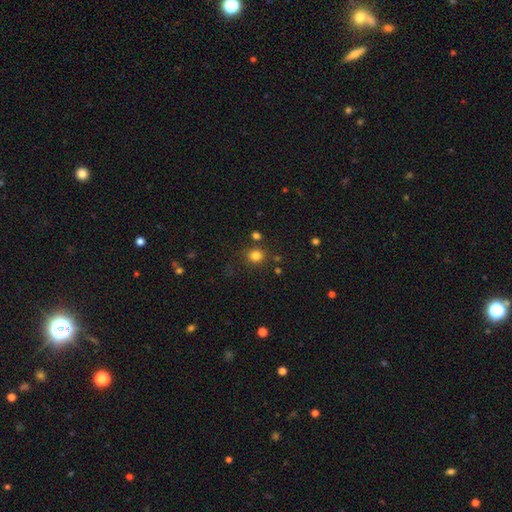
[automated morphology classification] Smooth or featured: smooth — 80% (star or artifact — 14%)
How rounded: round — 82% (in between — 17%)
Merging: none — 82% (minor disturbance — 9%)